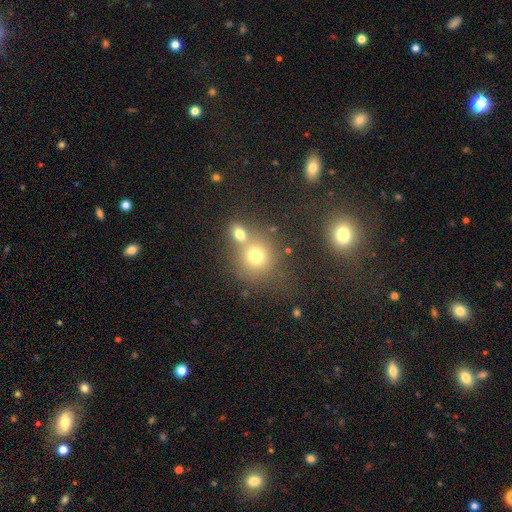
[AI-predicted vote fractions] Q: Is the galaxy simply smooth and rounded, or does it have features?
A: smooth — 72%.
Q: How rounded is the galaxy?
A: round — 84%.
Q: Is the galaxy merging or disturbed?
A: none — 48%.